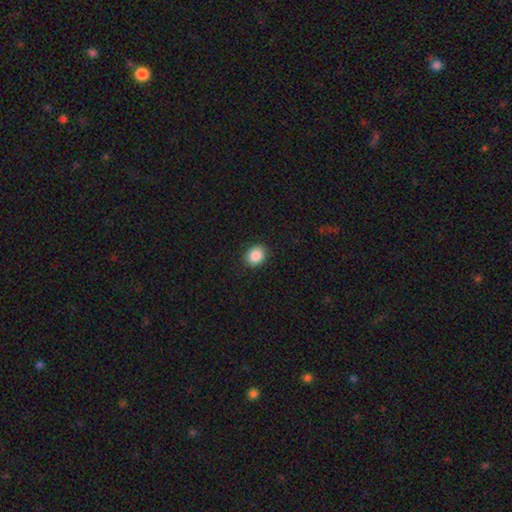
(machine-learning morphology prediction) A smooth galaxy with no disk features (88%) that is round (51%). Merging: none (90%).